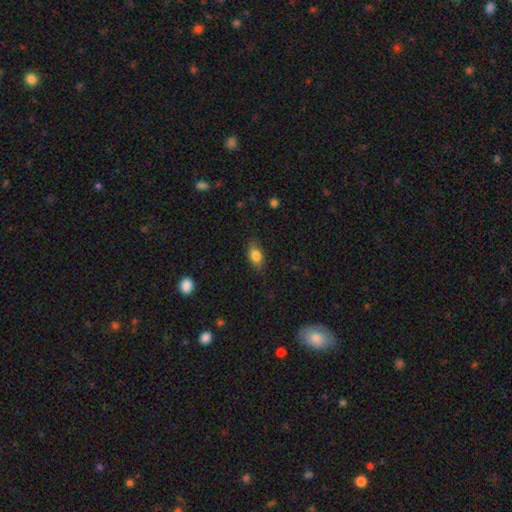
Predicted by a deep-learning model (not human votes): Overall: smooth (79%). How rounded: in between (80%). Merging: none (76%).